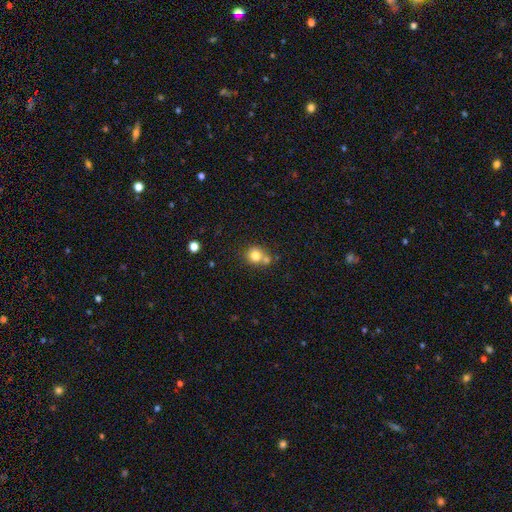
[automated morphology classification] A smooth galaxy with no disk features (78%) that is round (87%). Merging: none (52%).